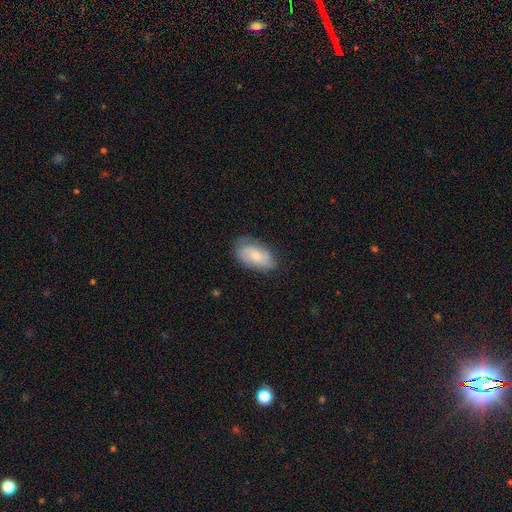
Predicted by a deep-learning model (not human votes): Smooth or featured? Predicted: smooth (p=0.66). How rounded? Predicted: in between (p=0.92). Merging? Predicted: none (p=0.70).